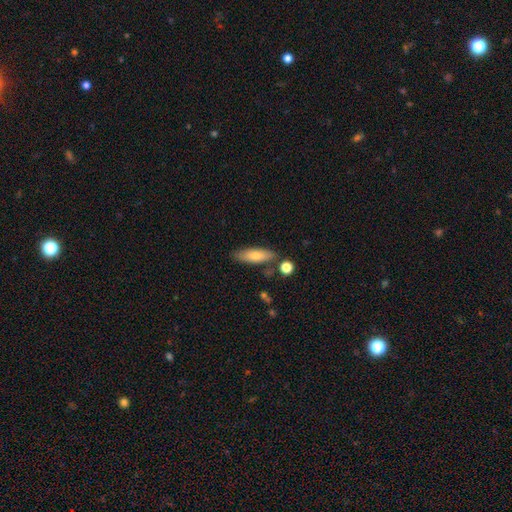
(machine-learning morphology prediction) type=smooth (72%); roundness=cigar-shaped (52%); merging=none (77%).